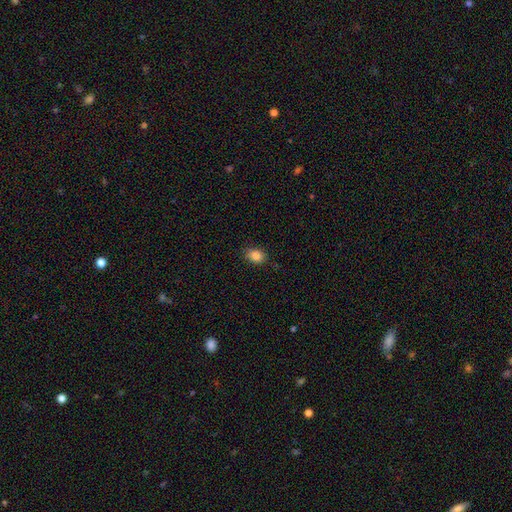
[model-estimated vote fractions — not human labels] Smooth or featured? Predicted: smooth (p=0.86). How rounded? Predicted: in between (p=0.64). Merging? Predicted: none (p=0.86).